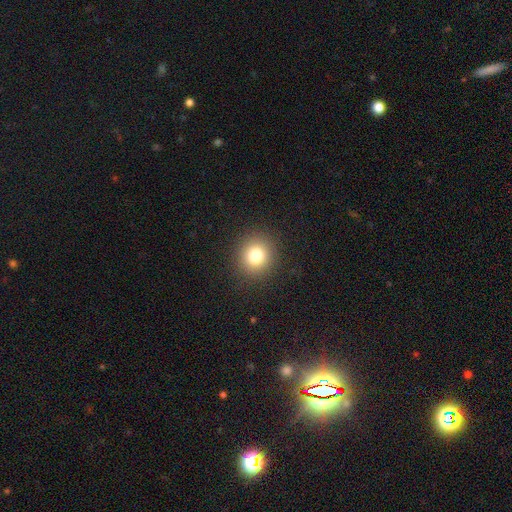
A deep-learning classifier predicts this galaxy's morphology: smooth_or_featured: smooth (p=0.79) [alt: star or artifact p=0.13]
how_rounded: round (p=0.89) [alt: in between p=0.10]
merging: none (p=0.91) [alt: minor disturbance p=0.06]